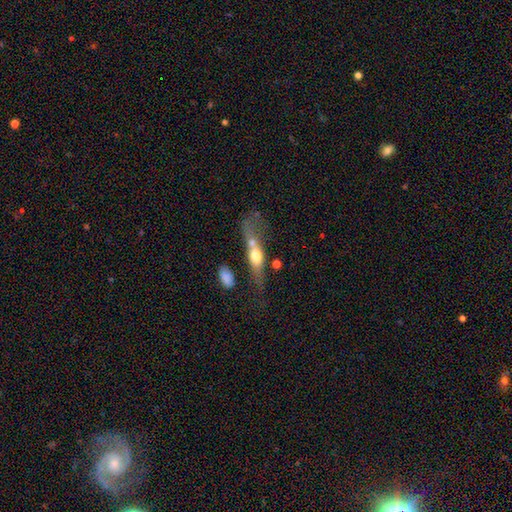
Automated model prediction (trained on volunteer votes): Overall: smooth (49%; featured or disk 44%). Merging: none (33%; merger 28%).